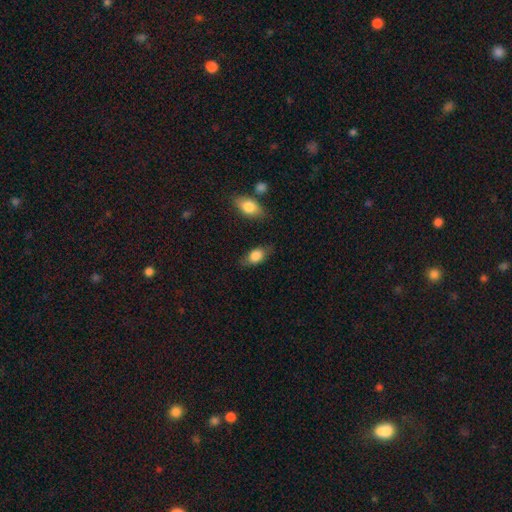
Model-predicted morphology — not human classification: Smooth or featured? smooth (81%)
How rounded? in between (84%)
Merging? none (74%)